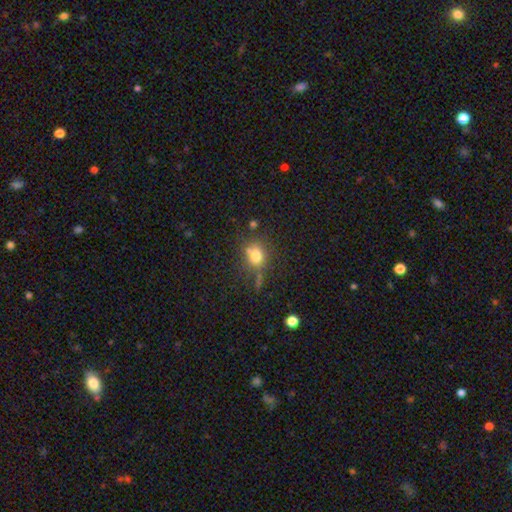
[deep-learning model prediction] Overall: smooth (75%). How rounded: round (65%; in between 34%). Merging: none (61%).